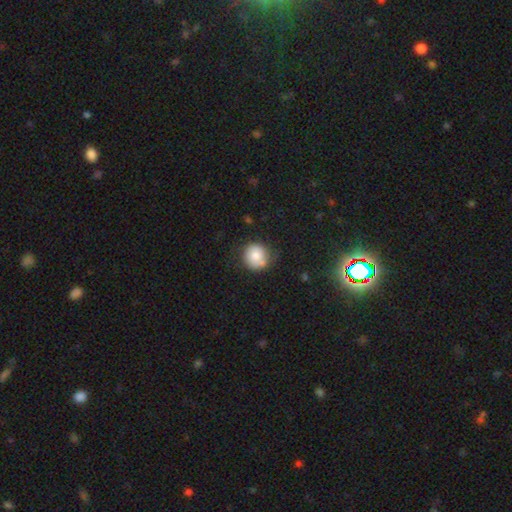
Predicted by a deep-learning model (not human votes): A smooth galaxy with no disk features (77%) that is round (91%).

Vote fractions:
- Smooth or featured? smooth: 77% / featured or disk: 14% / star or artifact: 9%
- How rounded? round: 91% / in between: 8% / cigar-shaped: 1%
- Merging? none: 69% / minor disturbance: 20% / merger: 6% / major disturbance: 5%